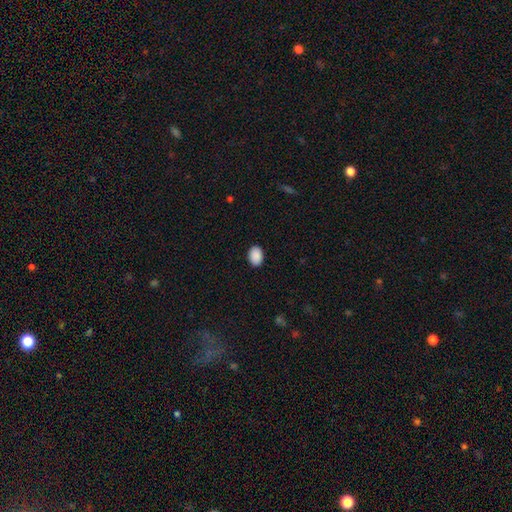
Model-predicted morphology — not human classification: Smooth or featured? smooth (90%)
How rounded? in between (82%)
Merging? none (90%)